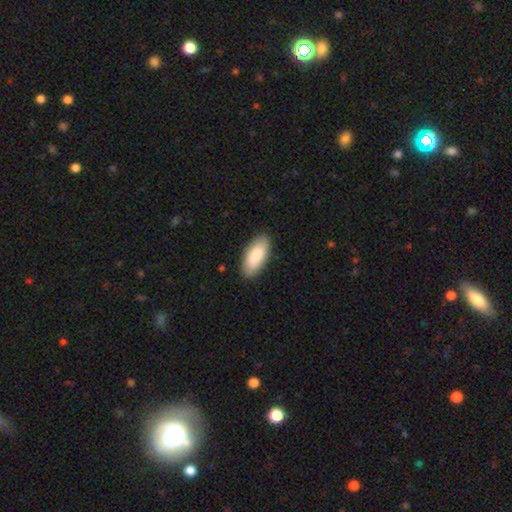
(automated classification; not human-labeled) This is clearly a smooth galaxy (87%). How rounded: clearly in between (89%). Merging: clearly none (87%).